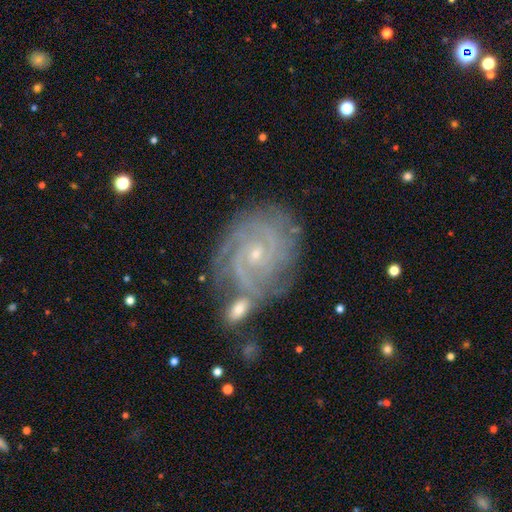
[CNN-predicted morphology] featured or disk 87%, star or artifact 7%, smooth 6%. Down the decision tree: edge-on disk — no (97%); bar — no (68%); spiral arms — yes (97%); spiral arm count — 2 (25%, tied with can't tell); spiral winding — tight (76%); bulge size — small (79%); merging — none (59%).